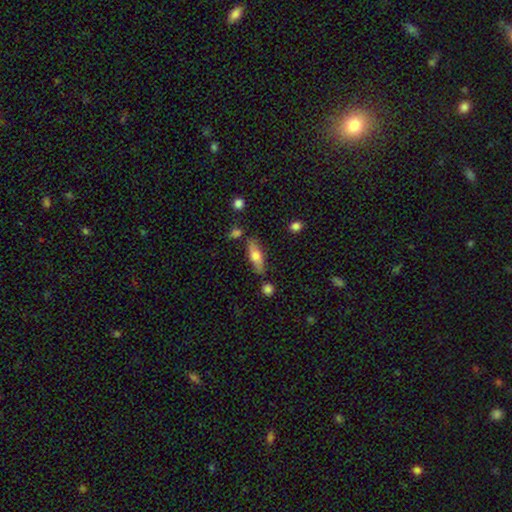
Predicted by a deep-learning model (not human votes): Morphology: type=smooth (64%); roundness=in between (58%); merging=none (70%).